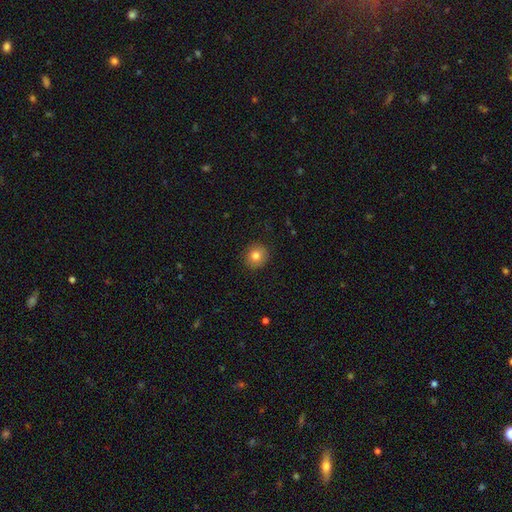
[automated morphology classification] smooth-or-featured: smooth: 81% | star or artifact: 10% | featured or disk: 9%
  how-rounded: round: 89% | in between: 10% | cigar-shaped: 1%
  merging: none: 90% | minor disturbance: 7% | major disturbance: 2% | merger: 1%